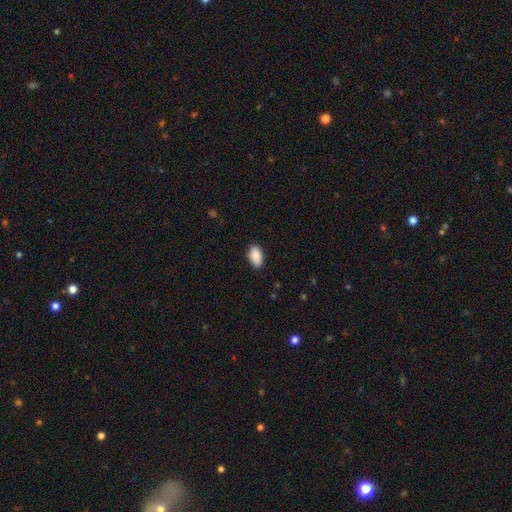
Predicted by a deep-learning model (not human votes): A smooth galaxy with no disk features (90%) that is in between round and cigar-shaped (94%). Merging: none (85%).